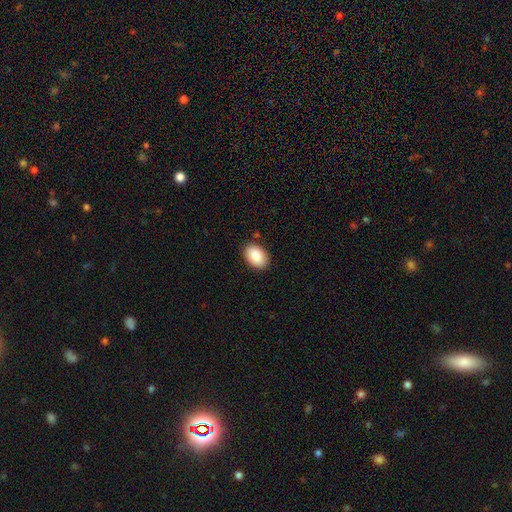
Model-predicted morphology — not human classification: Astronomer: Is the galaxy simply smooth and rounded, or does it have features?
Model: smooth — 89%.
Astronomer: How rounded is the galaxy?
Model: in between — 88%.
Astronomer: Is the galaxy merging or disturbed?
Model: none — 88%.